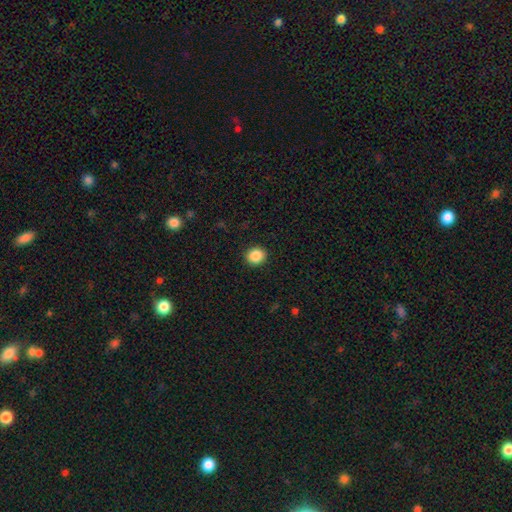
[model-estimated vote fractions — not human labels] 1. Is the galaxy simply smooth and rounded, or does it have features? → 87% smooth, 9% star or artifact, 4% featured or disk.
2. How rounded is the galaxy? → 80% round, 19% in between, 1% cigar-shaped.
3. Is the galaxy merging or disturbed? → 92% none, 6% minor disturbance, 2% major disturbance, 1% merger.